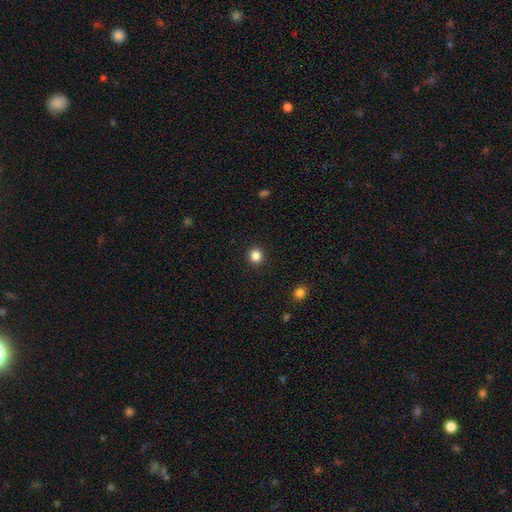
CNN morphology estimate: The model was most divided on "smooth or featured": smooth: 85%, star or artifact: 12%, featured or disk: 4%. More confident: how rounded — round (94%); merging — none (93%).